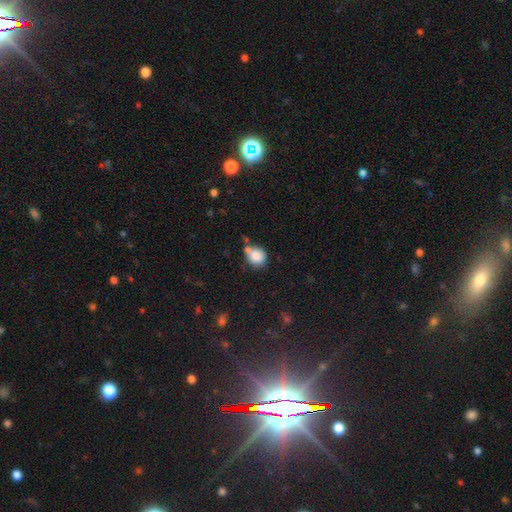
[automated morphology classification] This appears to be a smooth galaxy with no disk features (84%) that is round (83%). Merging: none (54%).